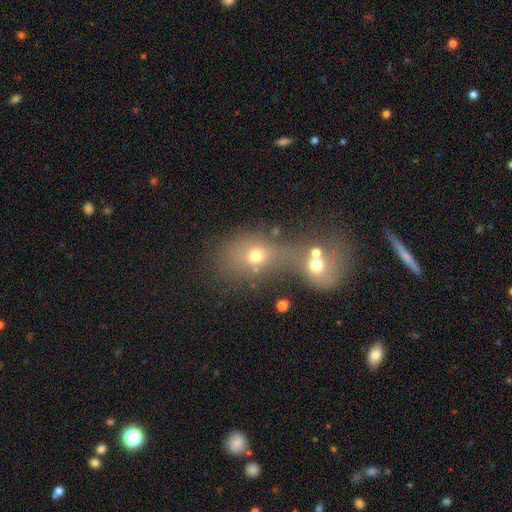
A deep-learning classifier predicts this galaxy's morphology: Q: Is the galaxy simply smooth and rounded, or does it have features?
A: smooth — 65%.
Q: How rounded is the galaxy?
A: round — 52%.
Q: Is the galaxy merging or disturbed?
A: merger — 59%.